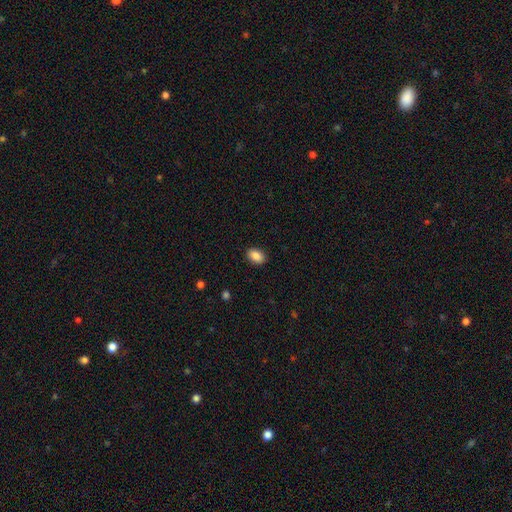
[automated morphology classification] Smooth or featured? Predicted: smooth (p=0.88). How rounded? Predicted: in between (p=0.87). Merging? Predicted: none (p=0.90).